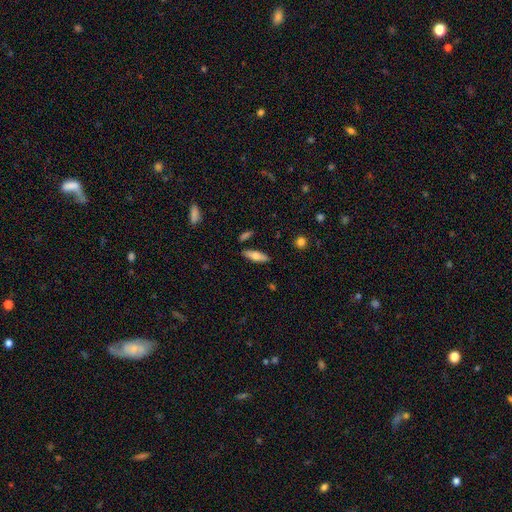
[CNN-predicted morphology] smooth 65%, featured or disk 29%, star or artifact 6%. Down the decision tree: how rounded — in between (50%); merging — none (85%).